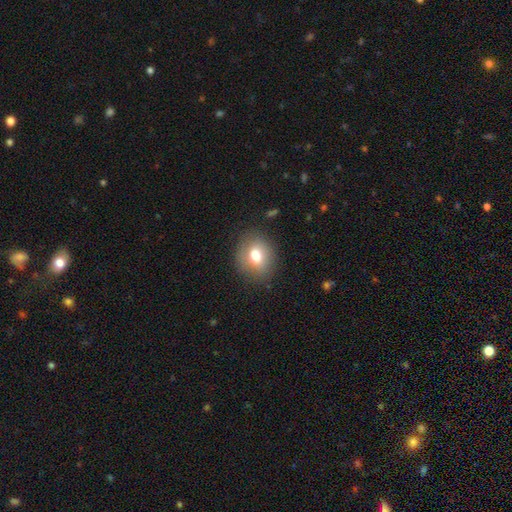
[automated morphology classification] The model was most divided on "how rounded": in between: 52%, round: 47%, cigar-shaped: 1%. More confident: merging — none (82%); smooth or featured — smooth (74%).